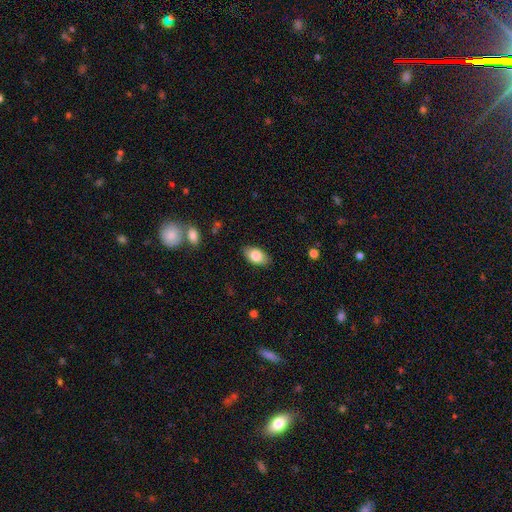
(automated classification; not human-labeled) smooth_or_featured: smooth (p=0.82) [alt: featured or disk p=0.12]
how_rounded: in between (p=0.92) [alt: round p=0.06]
merging: none (p=0.85) [alt: minor disturbance p=0.12]